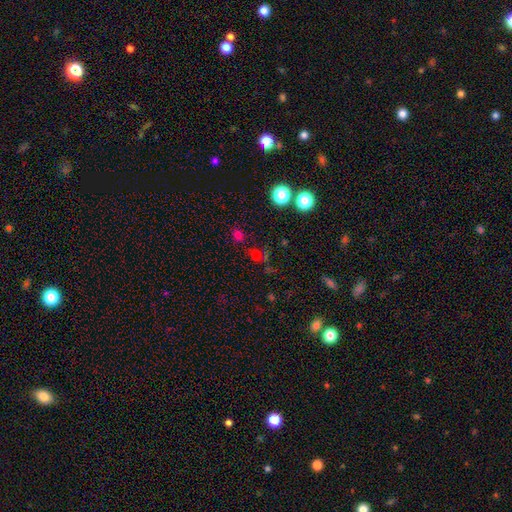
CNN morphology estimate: smooth-or-featured: smooth: 54% | star or artifact: 38% | featured or disk: 8%
  how-rounded: round: 80% | in between: 19% | cigar-shaped: 2%
  merging: none: 67% | merger: 15% | minor disturbance: 11% | major disturbance: 7%